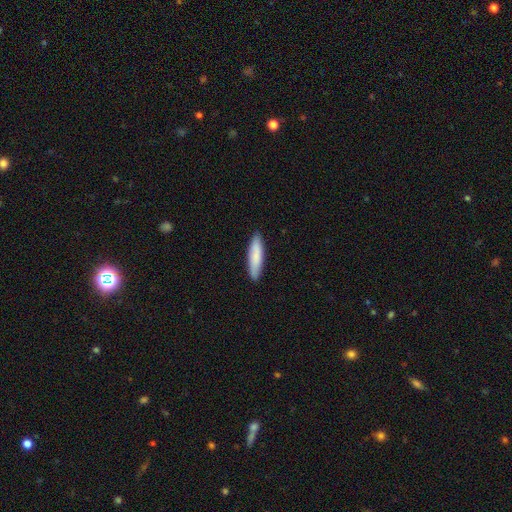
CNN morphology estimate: type=smooth (83%); roundness=cigar-shaped (73%); merging=none (88%).